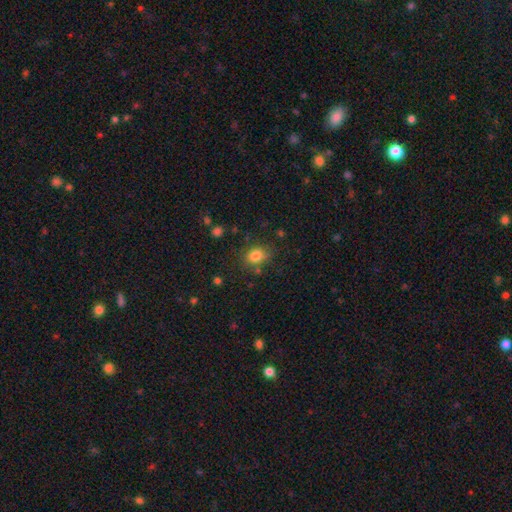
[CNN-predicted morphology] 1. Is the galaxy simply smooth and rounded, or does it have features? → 82% smooth, 11% star or artifact, 7% featured or disk.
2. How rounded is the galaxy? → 54% round, 45% in between, 1% cigar-shaped.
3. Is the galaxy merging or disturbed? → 75% none, 16% minor disturbance, 5% major disturbance, 5% merger.